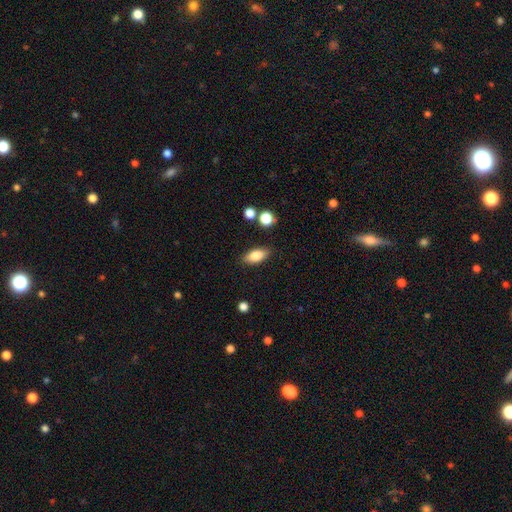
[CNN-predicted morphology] The model was most divided on "smooth or featured": smooth: 80%, featured or disk: 13%, star or artifact: 8%. More confident: how rounded — in between (86%); merging — none (85%).